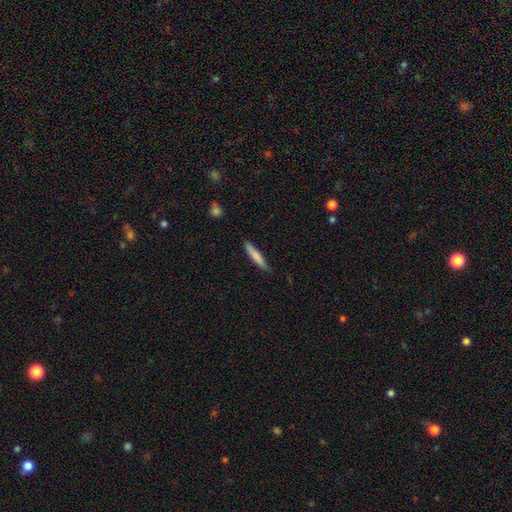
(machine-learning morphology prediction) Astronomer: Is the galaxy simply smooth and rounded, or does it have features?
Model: smooth — 77%.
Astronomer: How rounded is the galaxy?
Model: cigar-shaped — 91%.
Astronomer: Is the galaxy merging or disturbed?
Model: none — 85%.